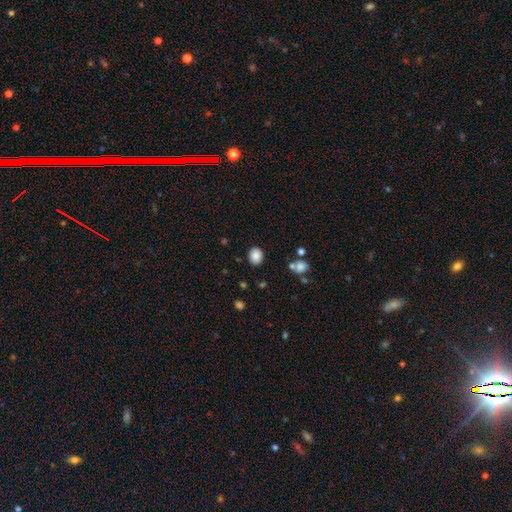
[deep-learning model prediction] Smooth or featured?
  - smooth: 86% *
  - star or artifact: 10%
  - featured or disk: 5%
How rounded?
  - round: 50% *
  - in between: 49%
  - cigar-shaped: 1%
Merging?
  - none: 85% *
  - minor disturbance: 10%
  - major disturbance: 3%
  - merger: 2%